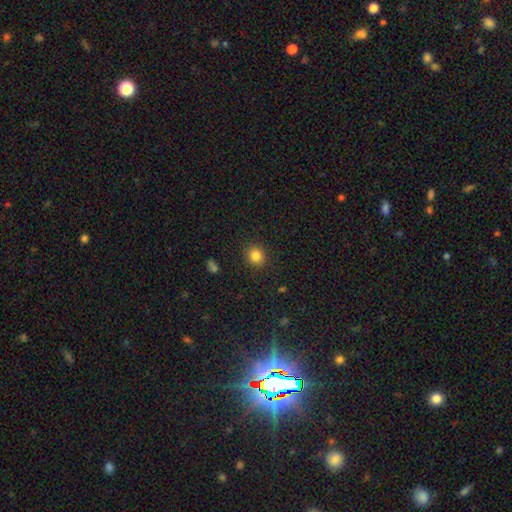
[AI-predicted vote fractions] This is clearly a smooth galaxy (83%). How rounded: clearly round (84%). Merging: clearly none (90%).